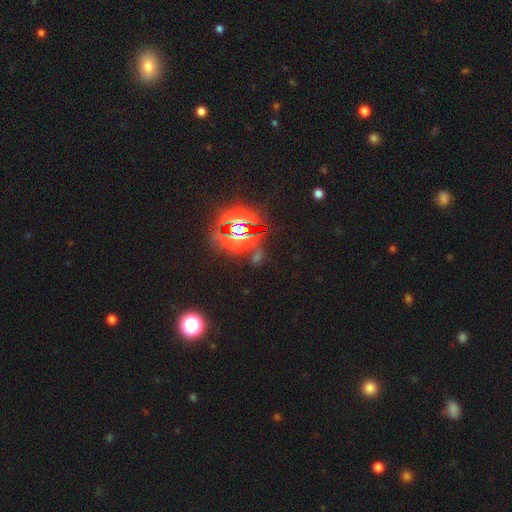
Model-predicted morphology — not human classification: smooth-or-featured: star or artifact: 79% | smooth: 12% | featured or disk: 9%